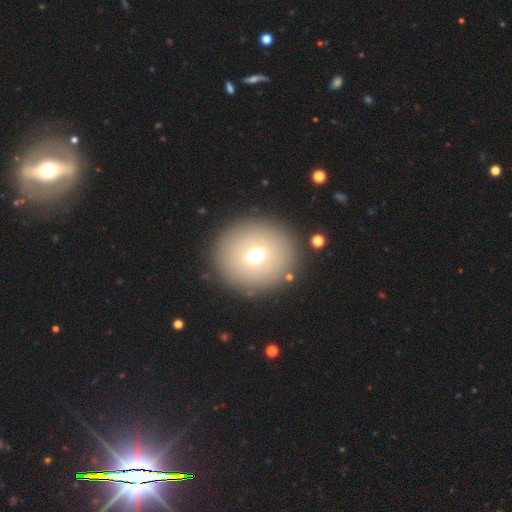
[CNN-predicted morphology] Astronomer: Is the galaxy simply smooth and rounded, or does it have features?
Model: smooth — 67%.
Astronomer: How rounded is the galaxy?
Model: round — 88%.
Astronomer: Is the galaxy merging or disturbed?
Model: none — 87%.